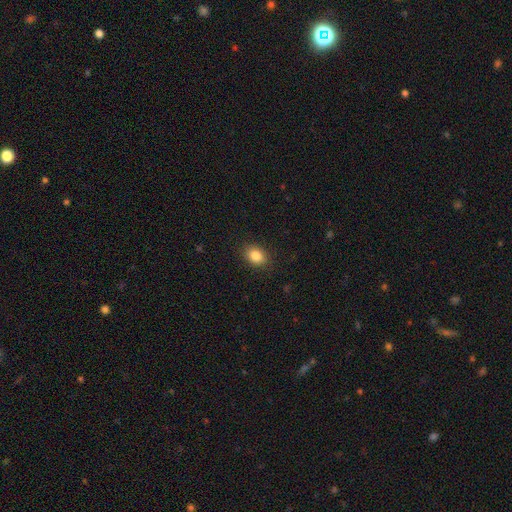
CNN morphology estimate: Smooth or featured: smooth — 85% (star or artifact — 9%)
How rounded: in between — 66% (round — 33%)
Merging: none — 88% (minor disturbance — 9%)